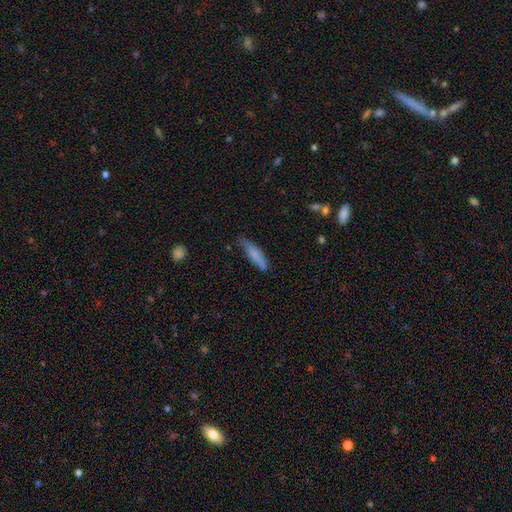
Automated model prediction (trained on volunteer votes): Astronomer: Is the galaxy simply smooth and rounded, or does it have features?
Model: smooth — 75%.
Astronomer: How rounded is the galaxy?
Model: cigar-shaped — 75%.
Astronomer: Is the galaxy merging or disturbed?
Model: none — 63%.